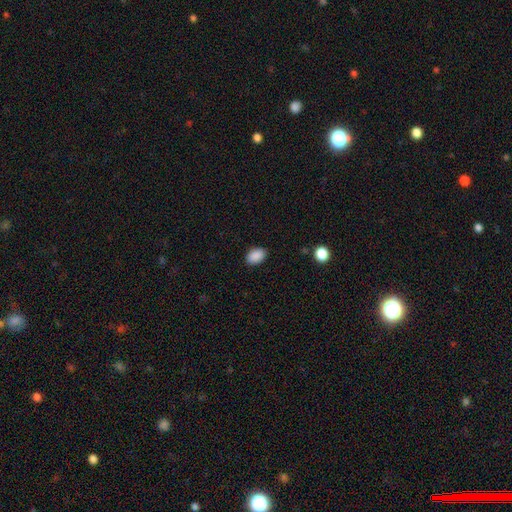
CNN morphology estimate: Q: Smooth or featured?
A: smooth (89%); runner-up: star or artifact (8%)
Q: How rounded?
A: in between (84%); runner-up: round (15%)
Q: Merging?
A: none (87%); runner-up: minor disturbance (9%)